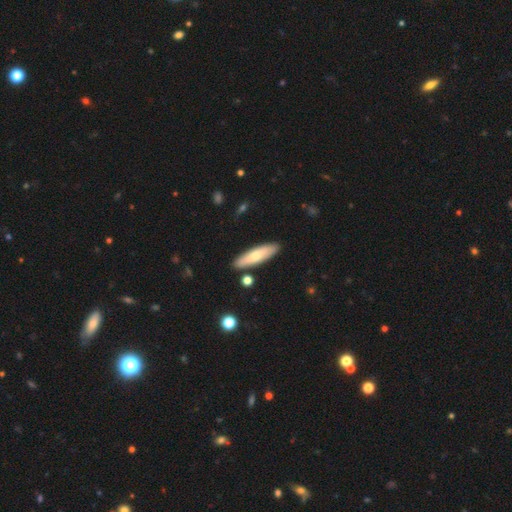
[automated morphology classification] This is likely a smooth galaxy (69%). How rounded: likely cigar-shaped (69%). Merging: clearly none (87%).